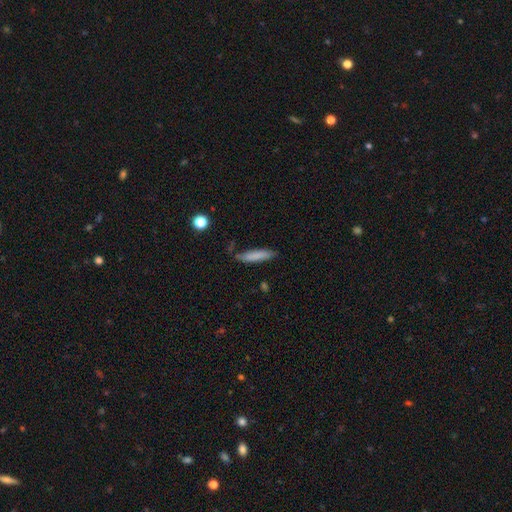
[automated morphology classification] This is clearly a smooth galaxy (80%). How rounded: likely cigar-shaped (80%). Merging: likely none (75%).